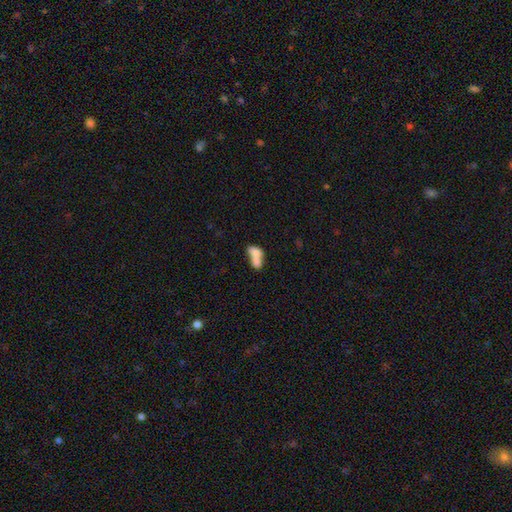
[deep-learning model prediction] Morphology: type=smooth (67%); roundness=in between (78%); merging=merger (66%).